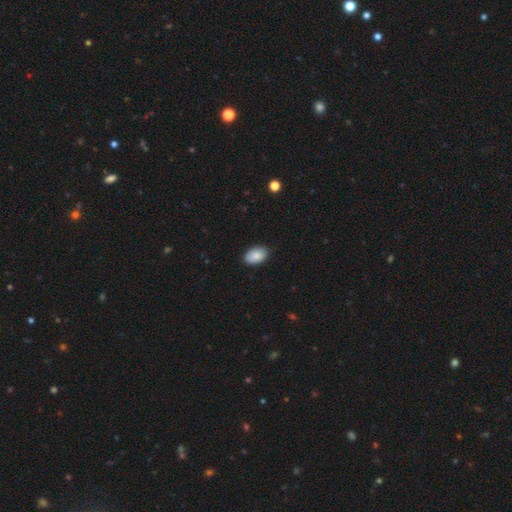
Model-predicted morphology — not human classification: The model was most divided on "merging": none: 88%, minor disturbance: 9%, major disturbance: 2%, merger: 1%. More confident: how rounded — in between (93%); smooth or featured — smooth (88%).